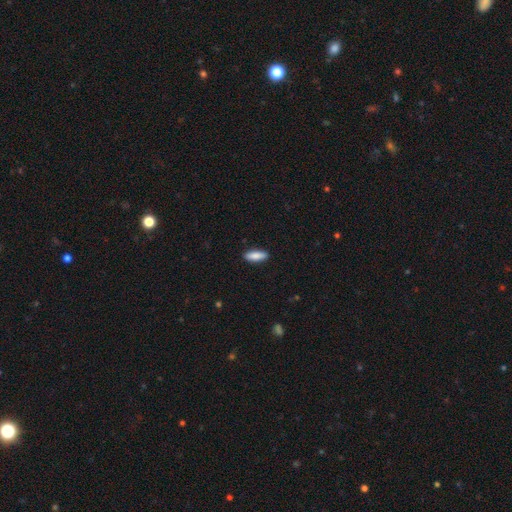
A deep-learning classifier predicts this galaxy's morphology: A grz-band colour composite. It shows a smooth galaxy with no disk features (87%) that is in between round and cigar-shaped (57%). Merging: none (90%).